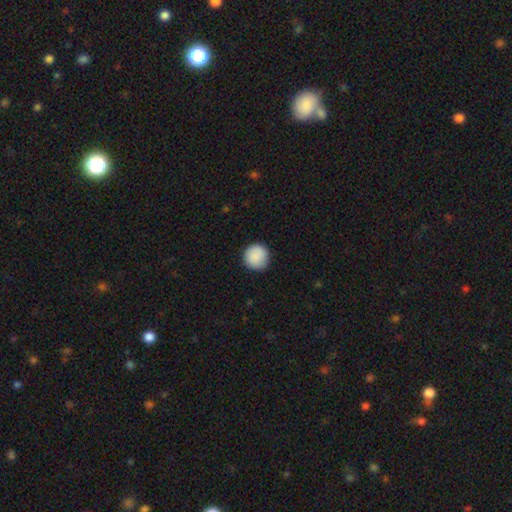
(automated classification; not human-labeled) smooth-or-featured: smooth: 90% | star or artifact: 7% | featured or disk: 3%
  how-rounded: round: 95% | in between: 4% | cigar-shaped: 1%
  merging: none: 90% | minor disturbance: 7% | major disturbance: 2% | merger: 1%